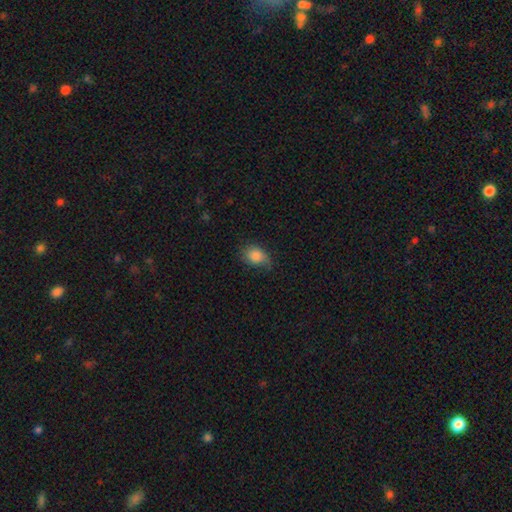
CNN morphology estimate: The model was most divided on "merging": none: 57%, minor disturbance: 32%, major disturbance: 10%, merger: 1%. More confident: smooth or featured — smooth (84%); how rounded — in between (63%).